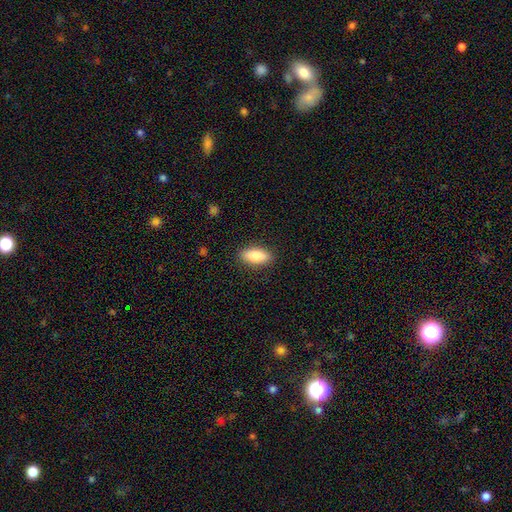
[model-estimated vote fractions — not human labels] The model was most divided on "how rounded": in between: 82%, cigar-shaped: 15%, round: 3%. More confident: merging — none (88%); smooth or featured — smooth (86%).